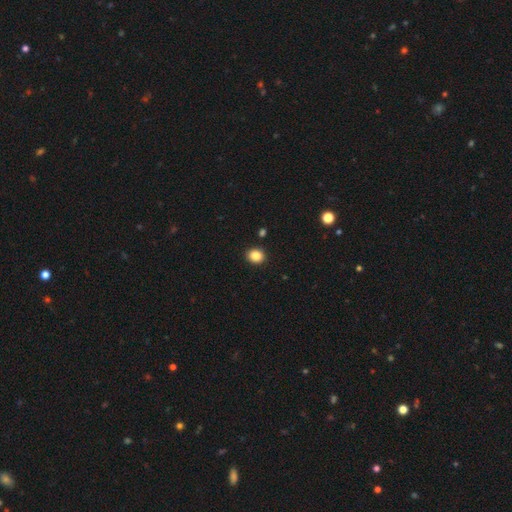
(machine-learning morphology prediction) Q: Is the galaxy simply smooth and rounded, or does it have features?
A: smooth — 86%.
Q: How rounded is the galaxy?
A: round — 68%.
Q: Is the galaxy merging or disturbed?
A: none — 90%.